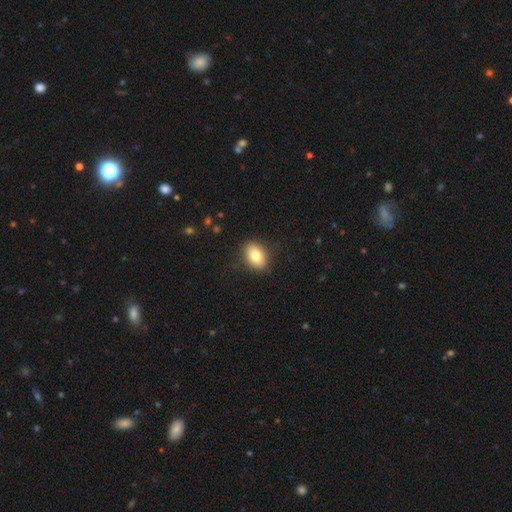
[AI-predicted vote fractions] Smooth or featured? smooth (80%)
How rounded? in between (77%)
Merging? none (88%)